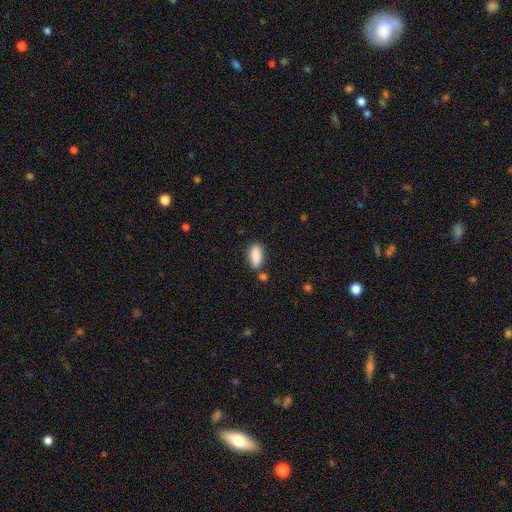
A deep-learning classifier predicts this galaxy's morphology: Q: Smooth or featured?
A: smooth (87%); runner-up: star or artifact (7%)
Q: How rounded?
A: in between (84%); runner-up: cigar-shaped (13%)
Q: Merging?
A: none (72%); runner-up: minor disturbance (15%)